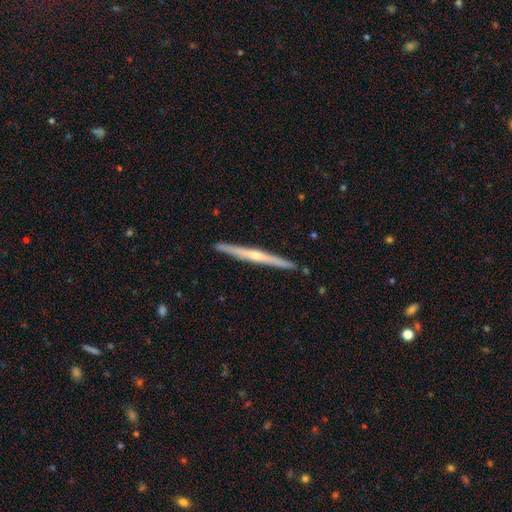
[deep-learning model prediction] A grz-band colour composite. It shows a featured or disk galaxy (71%) viewed edge-on (98%) with a rounded central bulge (70%). Merging: none (92%).